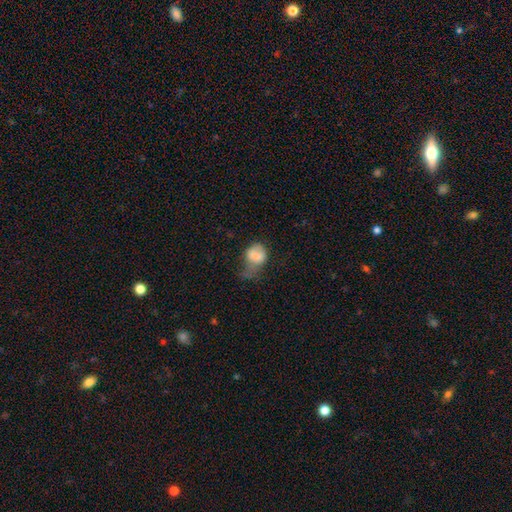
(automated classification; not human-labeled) Overall: smooth (70%). How rounded: in between (61%; round 38%). Merging: major disturbance (43%; minor disturbance 30%).